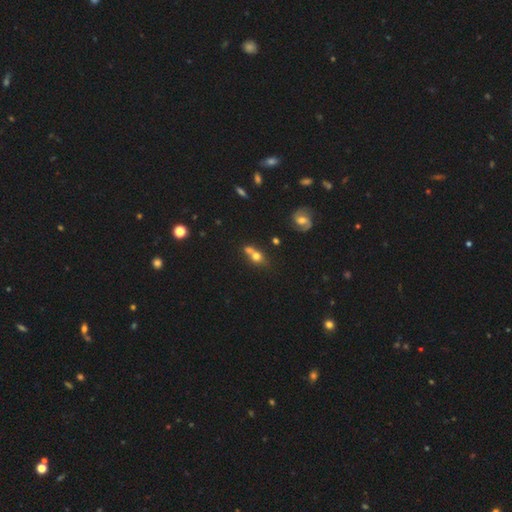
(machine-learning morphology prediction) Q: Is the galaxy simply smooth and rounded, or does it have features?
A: smooth — 65%.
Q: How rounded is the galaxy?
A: round — 58%.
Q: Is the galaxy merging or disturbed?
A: merger — 47%.